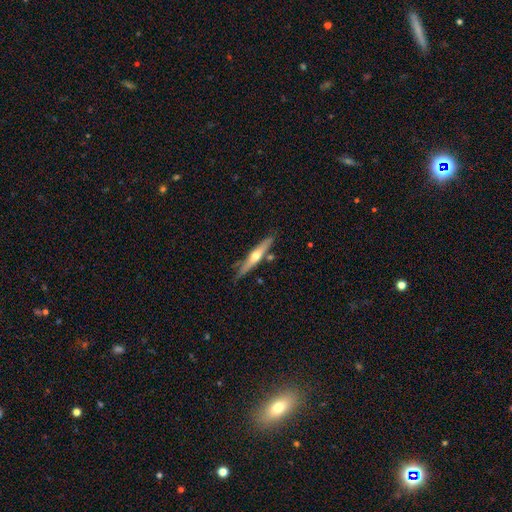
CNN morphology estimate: featured or disk 58%, smooth 36%, star or artifact 6%. Down the decision tree: edge-on disk — yes (93%); edge-on bulge — rounded (89%); merging — none (78%).